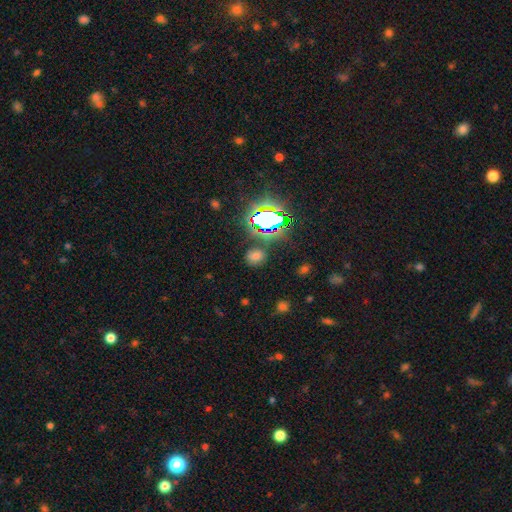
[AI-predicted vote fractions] Q: Smooth or featured?
A: smooth (59%); runner-up: star or artifact (32%)
Q: How rounded?
A: round (59%); runner-up: in between (40%)
Q: Merging?
A: none (80%); runner-up: minor disturbance (11%)